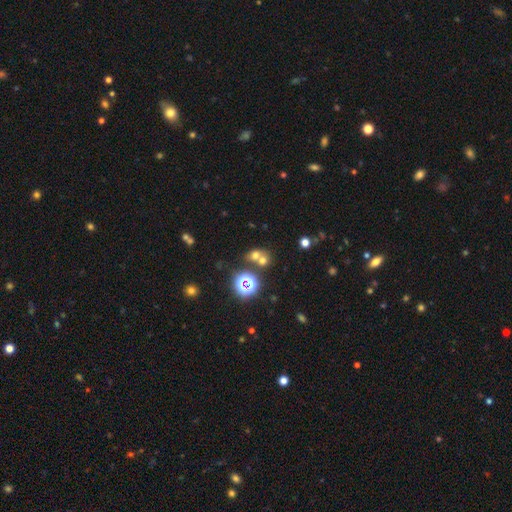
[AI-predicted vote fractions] Smooth or featured?
  - smooth: 58% *
  - star or artifact: 29%
  - featured or disk: 13%
How rounded?
  - round: 70% *
  - in between: 28%
  - cigar-shaped: 1%
Merging?
  - merger: 46% *
  - none: 44%
  - minor disturbance: 7%
  - major disturbance: 4%